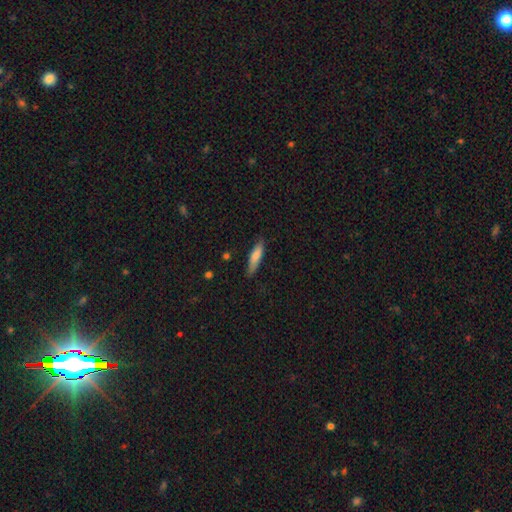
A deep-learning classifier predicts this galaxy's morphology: Overall: smooth (78%). How rounded: cigar-shaped (76%). Merging: none (81%).